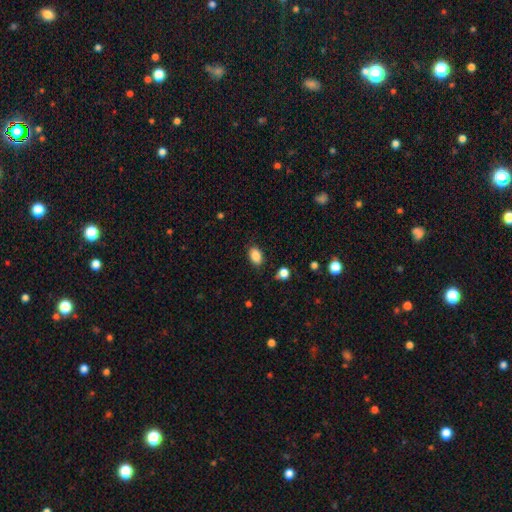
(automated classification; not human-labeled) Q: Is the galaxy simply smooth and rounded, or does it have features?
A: smooth — 86%.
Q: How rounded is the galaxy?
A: in between — 84%.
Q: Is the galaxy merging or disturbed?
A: none — 83%.